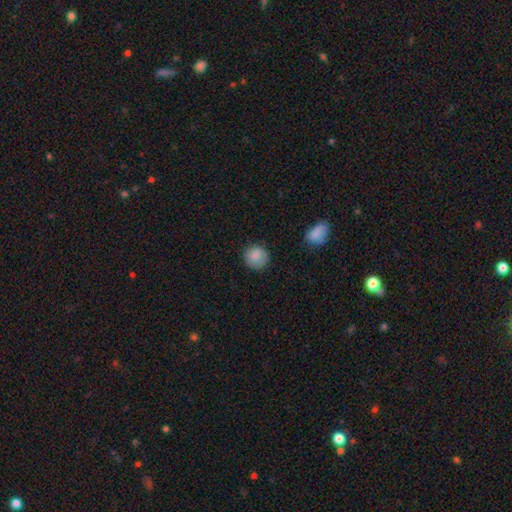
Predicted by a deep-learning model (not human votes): smooth-or-featured: smooth: 87% | star or artifact: 9% | featured or disk: 5%
  how-rounded: round: 91% | in between: 8% | cigar-shaped: 1%
  merging: none: 84% | minor disturbance: 12% | major disturbance: 3% | merger: 1%